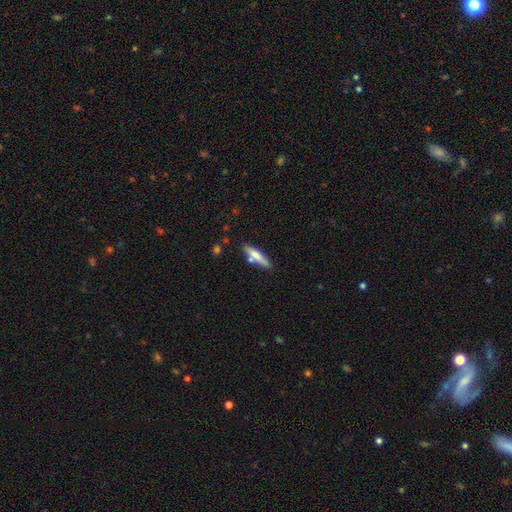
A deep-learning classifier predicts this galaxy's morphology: This is likely a smooth galaxy (69%). How rounded: clearly cigar-shaped (82%). Merging: likely none (74%).